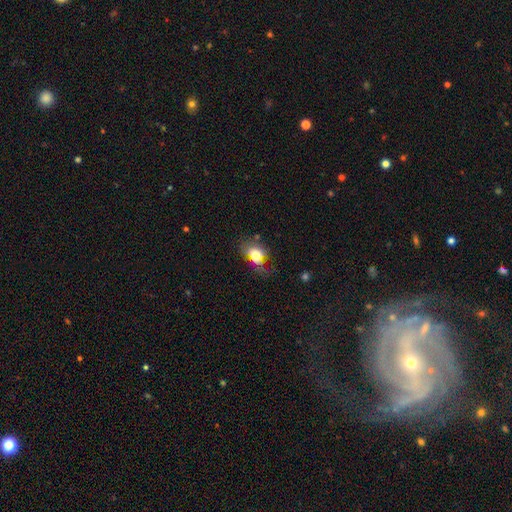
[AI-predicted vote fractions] smooth_or_featured: smooth (p=0.69) [alt: featured or disk p=0.20]
how_rounded: in between (p=0.71) [alt: round p=0.27]
merging: none (p=0.49) [alt: minor disturbance p=0.28]